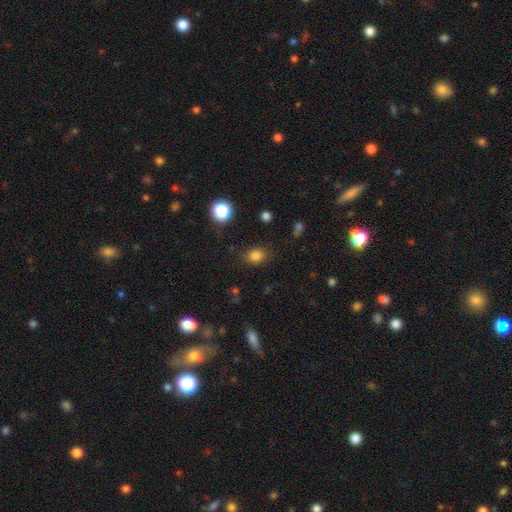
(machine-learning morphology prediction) This is clearly a smooth galaxy (82%). How rounded: possibly round (56%). Merging: clearly none (82%).